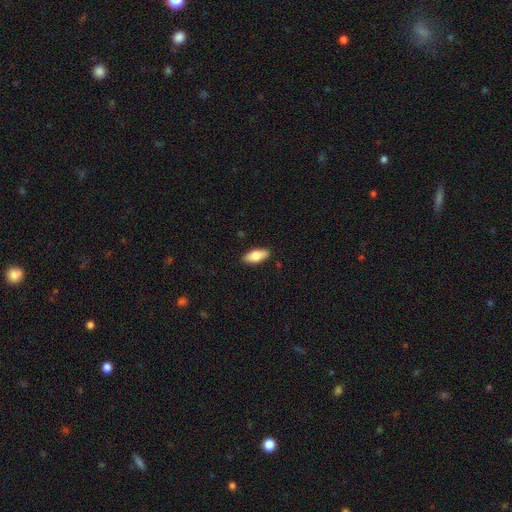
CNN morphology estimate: smooth 74%, featured or disk 20%, star or artifact 6%. Down the decision tree: how rounded — in between (80%); merging — none (89%).